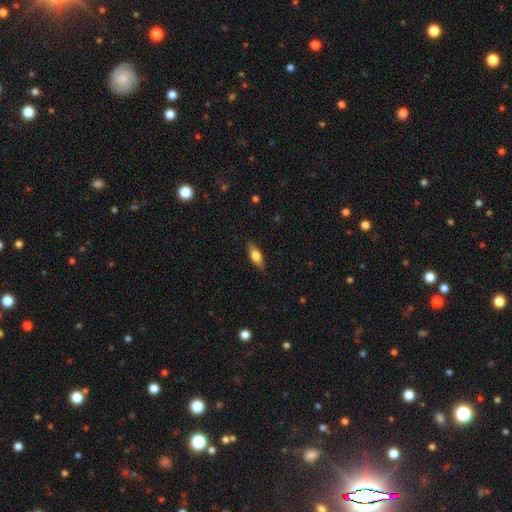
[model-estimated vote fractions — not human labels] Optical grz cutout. It shows a smooth galaxy with no disk features (65%) that is in between round and cigar-shaped (69%). Merging: none (85%).